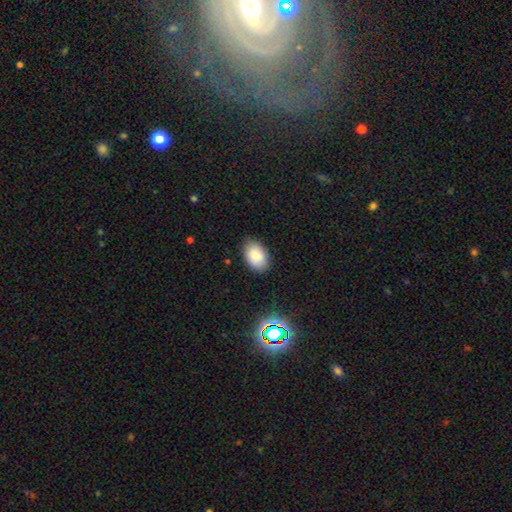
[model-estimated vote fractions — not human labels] The model was most divided on "merging": none: 83%, minor disturbance: 14%, major disturbance: 3%, merger: 1%. More confident: how rounded — in between (88%); smooth or featured — smooth (86%).